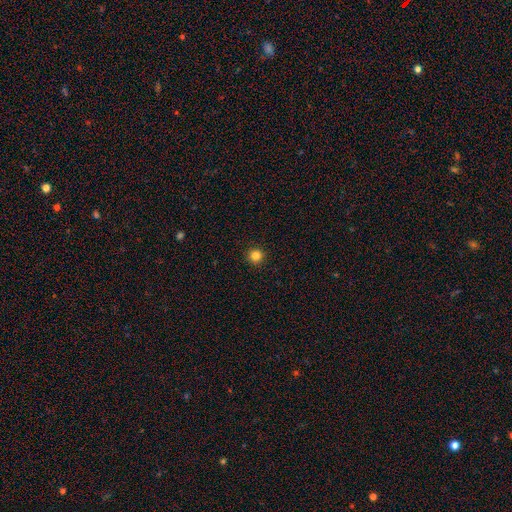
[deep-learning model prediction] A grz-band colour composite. It shows a smooth galaxy with no disk features (83%) that is round (96%). Merging: none (93%).